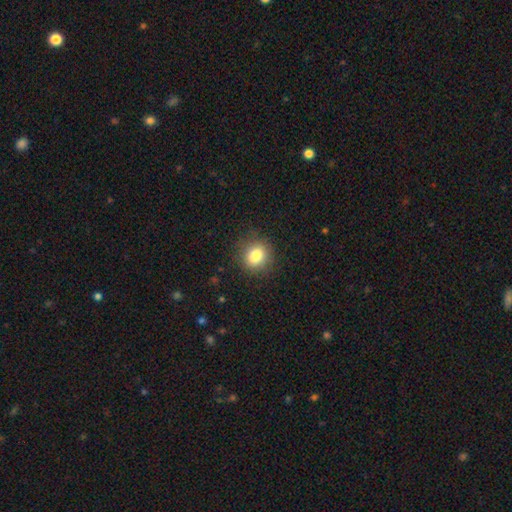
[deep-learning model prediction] Smooth or featured? smooth (83%)
How rounded? round (80%)
Merging? none (87%)